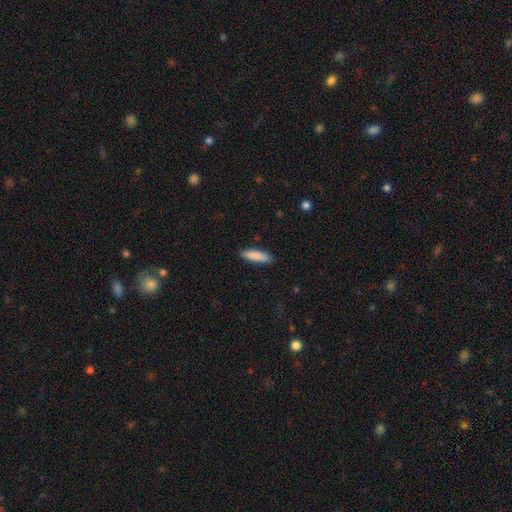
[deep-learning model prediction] This appears to be a smooth galaxy with no disk features (88%) that is cigar-shaped (63%). Merging: none (89%).